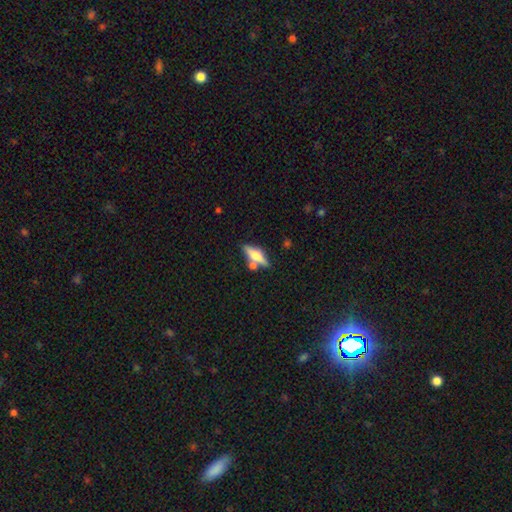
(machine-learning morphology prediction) A featured or disk galaxy (48%). Merging: none (68%).